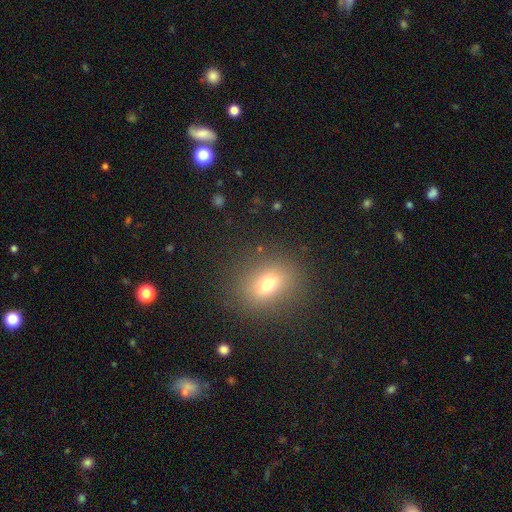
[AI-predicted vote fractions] Morphology: type=smooth (65%); roundness=round (49%); merging=none (88%).